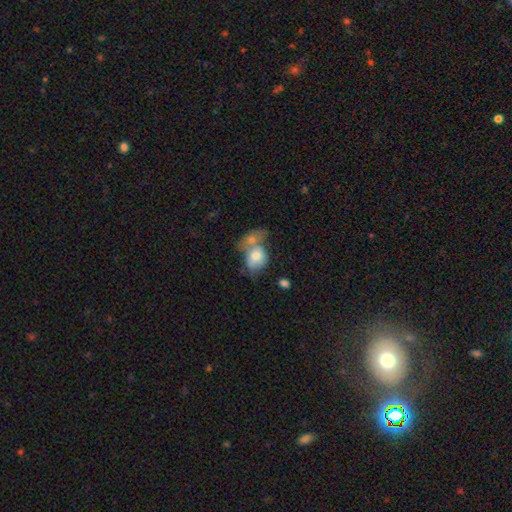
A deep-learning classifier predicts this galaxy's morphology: type=smooth (70%); roundness=in between (63%); merging=merger (58%).